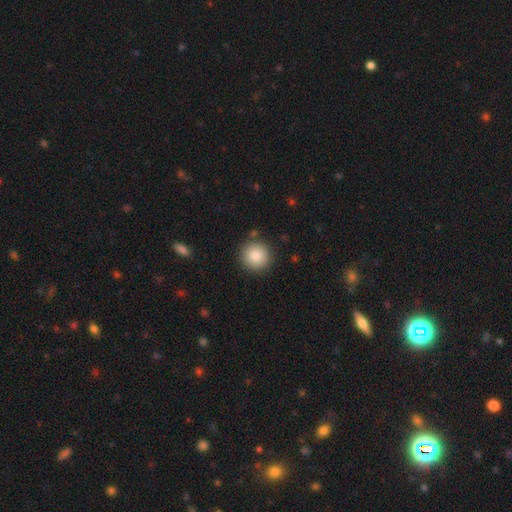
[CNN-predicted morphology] This appears to be a smooth galaxy with no disk features (85%) that is round (95%). Merging: none (89%).